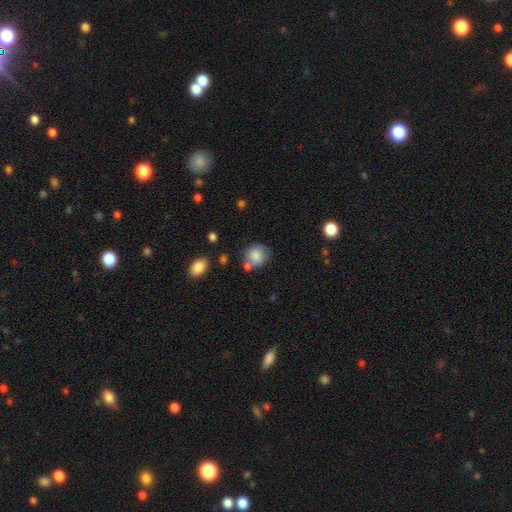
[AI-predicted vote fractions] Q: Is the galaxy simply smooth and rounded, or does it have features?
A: smooth — 83%.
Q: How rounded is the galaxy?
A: round — 81%.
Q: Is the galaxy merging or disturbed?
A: none — 65%.